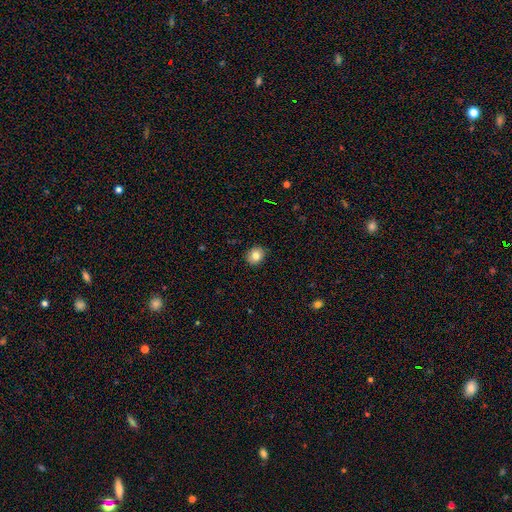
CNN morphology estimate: The model was most divided on "how rounded": round: 67%, in between: 32%, cigar-shaped: 1%. More confident: merging — none (89%); smooth or featured — smooth (81%).